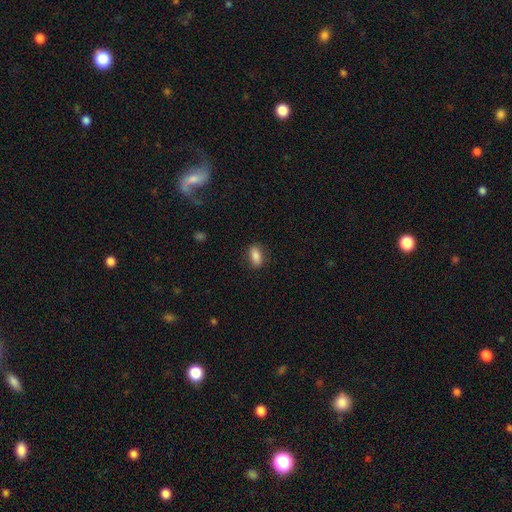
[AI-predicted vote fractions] Smooth or featured? Predicted: smooth (p=0.86). How rounded? Predicted: in between (p=0.88). Merging? Predicted: none (p=0.85).